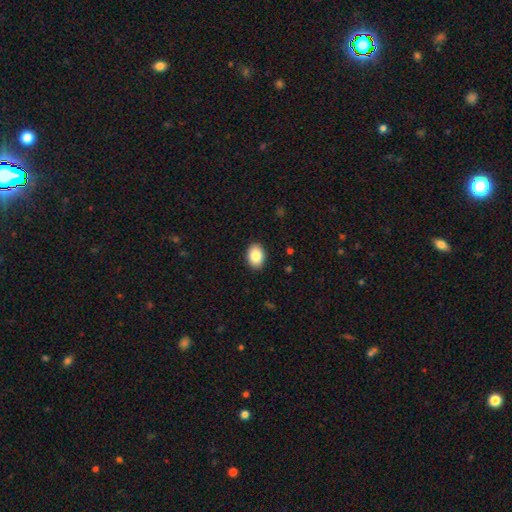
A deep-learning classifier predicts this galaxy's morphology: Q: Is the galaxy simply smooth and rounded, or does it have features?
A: smooth — 86%.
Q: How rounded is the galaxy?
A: in between — 77%.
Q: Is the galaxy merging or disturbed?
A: none — 90%.